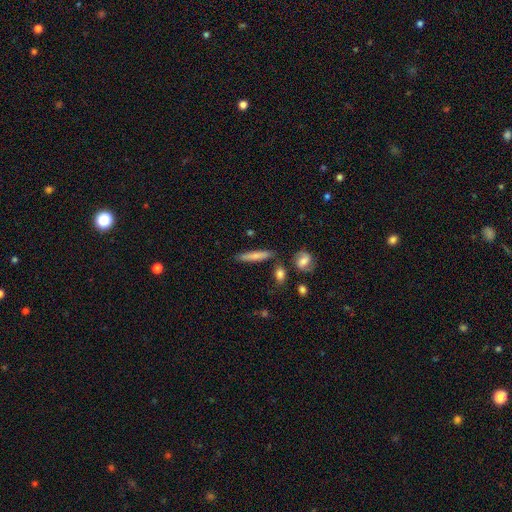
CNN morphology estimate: Smooth or featured: smooth — 70% (featured or disk — 24%)
How rounded: cigar-shaped — 88% (in between — 10%)
Merging: none — 80% (minor disturbance — 11%)